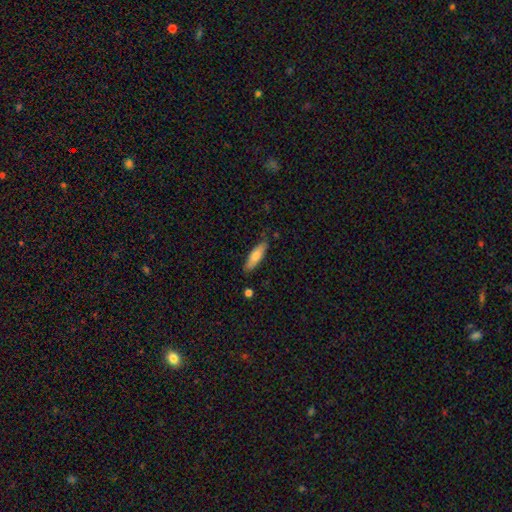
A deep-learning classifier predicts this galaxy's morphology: type=smooth (72%); roundness=cigar-shaped (58%); merging=none (82%).